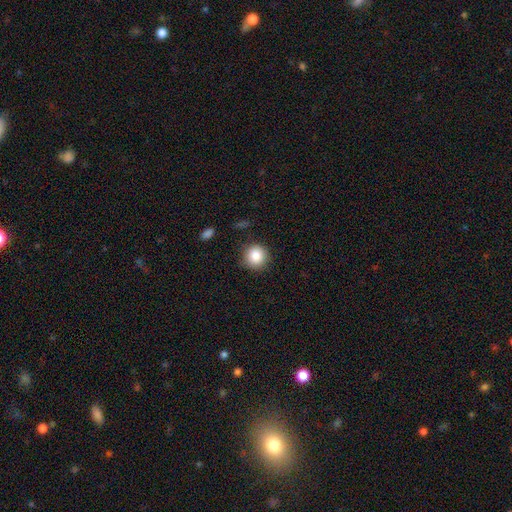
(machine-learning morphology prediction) Q: Smooth or featured?
A: smooth (86%); runner-up: star or artifact (9%)
Q: How rounded?
A: round (93%); runner-up: in between (6%)
Q: Merging?
A: none (85%); runner-up: minor disturbance (11%)